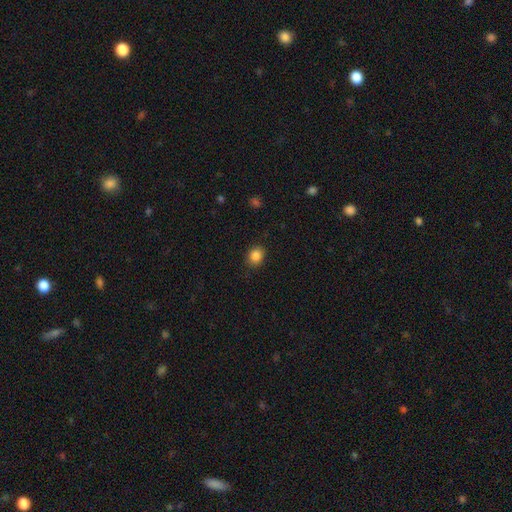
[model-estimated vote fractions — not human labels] Overall: smooth (86%). How rounded: round (55%; in between 44%). Merging: none (87%).